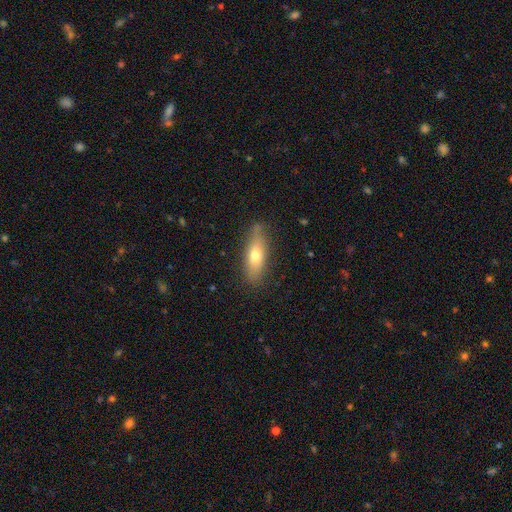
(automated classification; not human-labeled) Smooth or featured?
  - smooth: 62% *
  - featured or disk: 31%
  - star or artifact: 7%
How rounded?
  - in between: 52% *
  - cigar-shaped: 45%
  - round: 3%
Merging?
  - none: 79% *
  - minor disturbance: 16%
  - major disturbance: 4%
  - merger: 1%